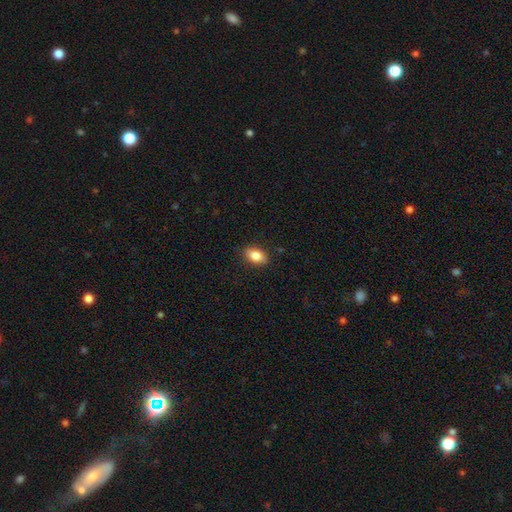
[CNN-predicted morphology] Q: Smooth or featured?
A: smooth (84%); runner-up: star or artifact (8%)
Q: How rounded?
A: in between (88%); runner-up: round (10%)
Q: Merging?
A: none (88%); runner-up: minor disturbance (9%)